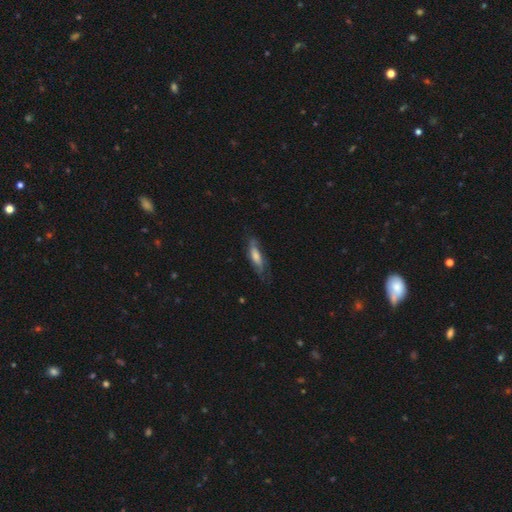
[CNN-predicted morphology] smooth-or-featured: featured or disk: 50% | smooth: 42% | star or artifact: 7%
  disk-edge-on: no: 60% | yes: 40%
  merging: none: 64% | minor disturbance: 24% | major disturbance: 10% | merger: 2%